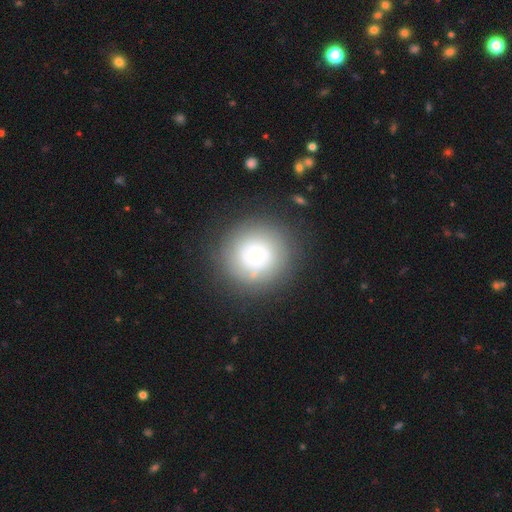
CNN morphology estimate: Smooth or featured? Predicted: smooth (p=0.50). Merging? Predicted: none (p=0.80).